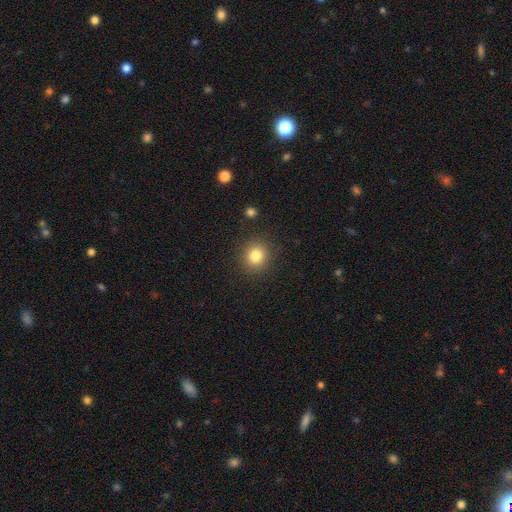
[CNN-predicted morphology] Q: Smooth or featured?
A: smooth (82%); runner-up: star or artifact (11%)
Q: How rounded?
A: round (84%); runner-up: in between (15%)
Q: Merging?
A: none (88%); runner-up: minor disturbance (7%)